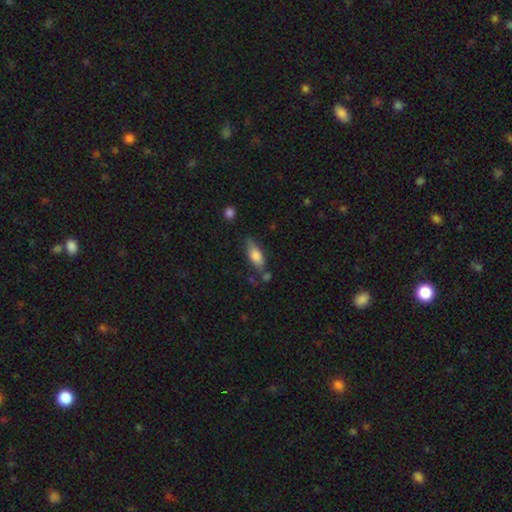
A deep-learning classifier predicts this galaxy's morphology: type=smooth (75%); roundness=in between (74%); merging=none (59%).